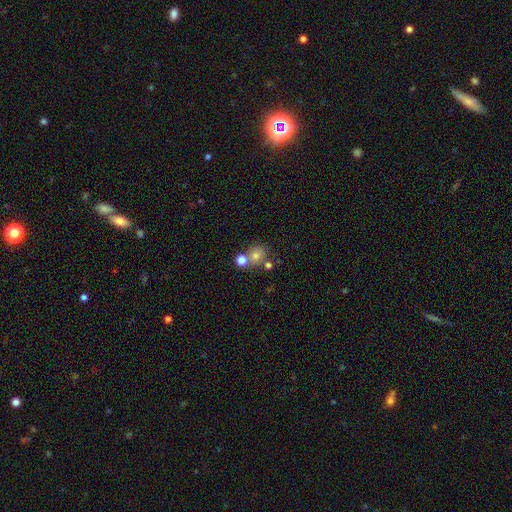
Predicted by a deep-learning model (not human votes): Overall: smooth (71%). How rounded: round (82%). Merging: none (58%; merger 29%).